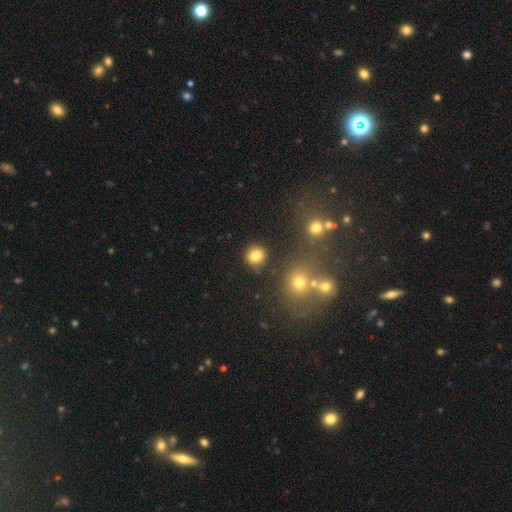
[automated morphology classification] The model was most divided on "smooth or featured": smooth: 82%, star or artifact: 12%, featured or disk: 6%. More confident: how rounded — round (91%); merging — none (85%).